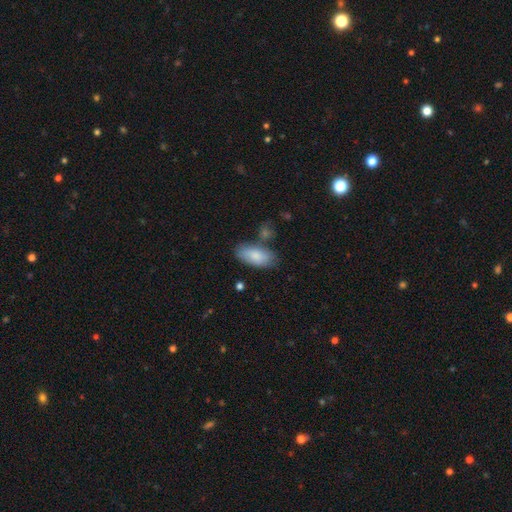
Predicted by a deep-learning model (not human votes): Smooth or featured?
  - smooth: 83% *
  - featured or disk: 11%
  - star or artifact: 6%
How rounded?
  - in between: 90% *
  - cigar-shaped: 7%
  - round: 2%
Merging?
  - none: 70% *
  - minor disturbance: 17%
  - merger: 9%
  - major disturbance: 4%